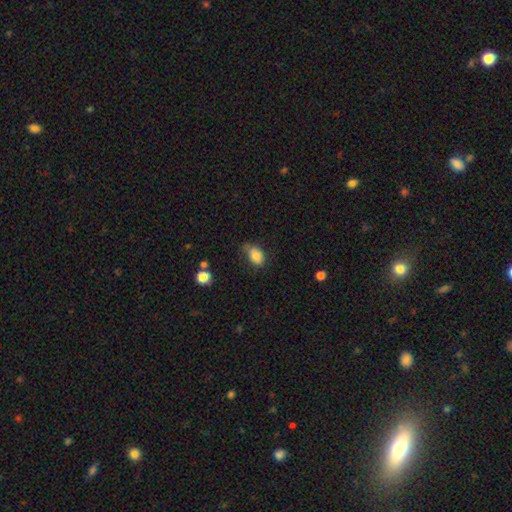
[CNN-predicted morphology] Q: Smooth or featured?
A: smooth (82%); runner-up: featured or disk (10%)
Q: How rounded?
A: in between (87%); runner-up: round (11%)
Q: Merging?
A: none (54%); runner-up: minor disturbance (33%)